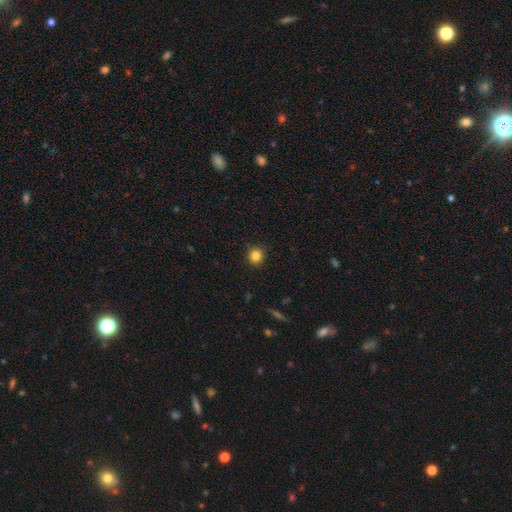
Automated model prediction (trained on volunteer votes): Smooth or featured? smooth (83%)
How rounded? round (92%)
Merging? none (90%)